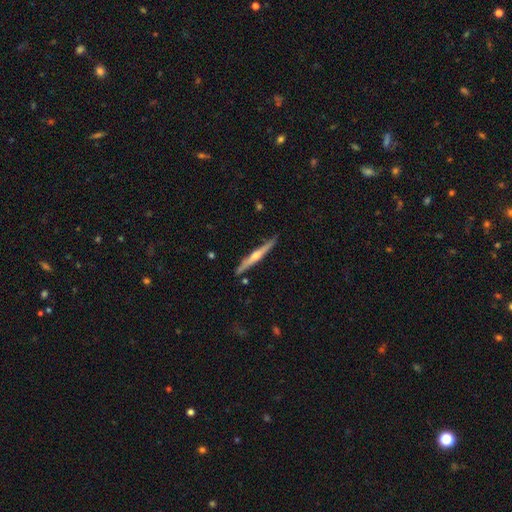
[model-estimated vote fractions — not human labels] Q: Smooth or featured?
A: featured or disk (70%); runner-up: smooth (24%)
Q: Edge-on disk?
A: yes (97%); runner-up: no (3%)
Q: Edge-on bulge?
A: rounded (84%); runner-up: none (11%)
Q: Merging?
A: none (87%); runner-up: minor disturbance (9%)